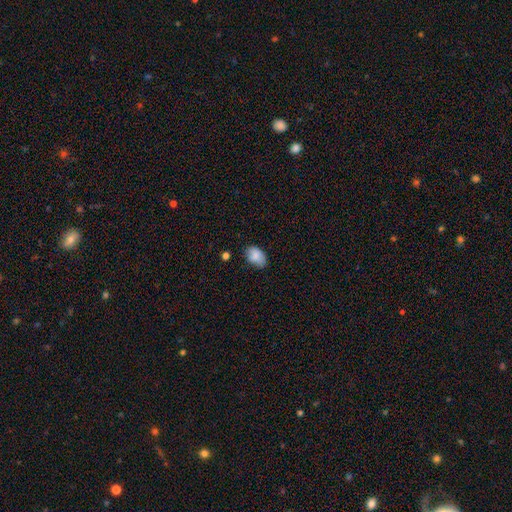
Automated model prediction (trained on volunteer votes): smooth 85%, star or artifact 8%, featured or disk 7%. Down the decision tree: how rounded — in between (86%); merging — none (69%).